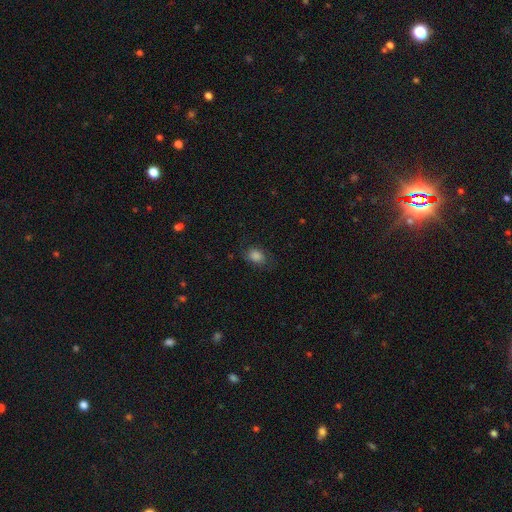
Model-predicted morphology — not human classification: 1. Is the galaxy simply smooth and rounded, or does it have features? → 76% smooth, 12% featured or disk, 12% star or artifact.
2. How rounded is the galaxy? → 66% in between, 32% round, 1% cigar-shaped.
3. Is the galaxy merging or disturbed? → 71% none, 19% minor disturbance, 9% major disturbance, 1% merger.